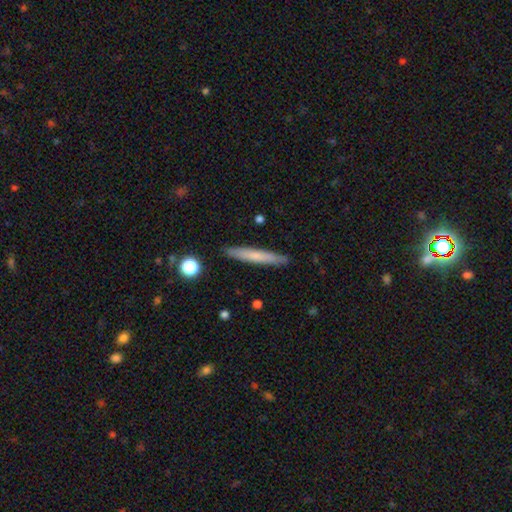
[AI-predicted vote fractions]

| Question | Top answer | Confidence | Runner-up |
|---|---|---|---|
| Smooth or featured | smooth | 67% | featured or disk (27%) |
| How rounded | cigar-shaped | 95% | in between (4%) |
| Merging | none | 89% | minor disturbance (8%) |